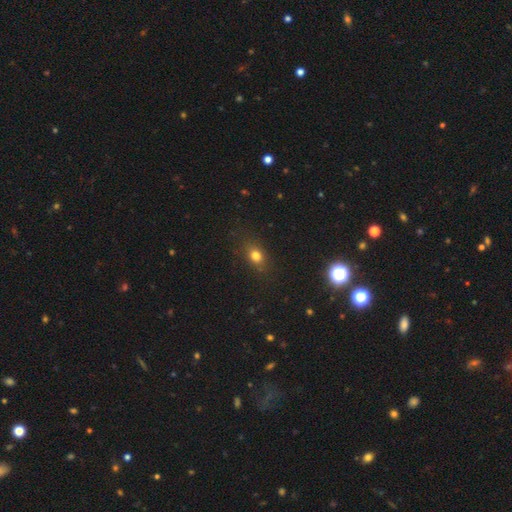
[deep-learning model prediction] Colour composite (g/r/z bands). It shows a smooth galaxy with no disk features (77%) that is in between round and cigar-shaped (58%). Merging: none (82%).